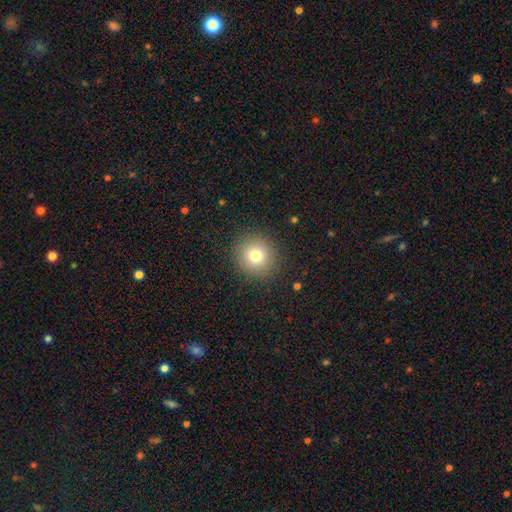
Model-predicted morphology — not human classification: type=smooth (76%); roundness=round (93%); merging=none (90%).